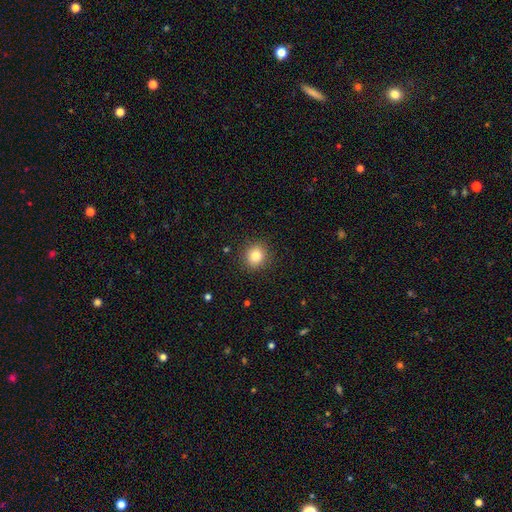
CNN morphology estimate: This is clearly a smooth galaxy (83%). How rounded: clearly round (86%). Merging: clearly none (90%).